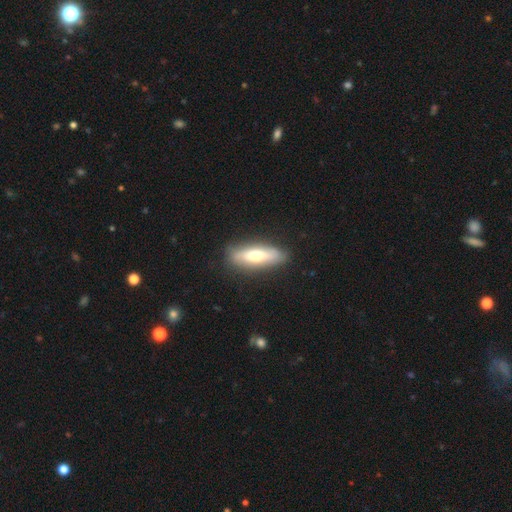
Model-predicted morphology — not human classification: Smooth or featured?
  - smooth: 56% *
  - featured or disk: 38%
  - star or artifact: 6%
How rounded?
  - cigar-shaped: 51% *
  - in between: 46%
  - round: 2%
Merging?
  - none: 84% *
  - minor disturbance: 12%
  - major disturbance: 3%
  - merger: 1%